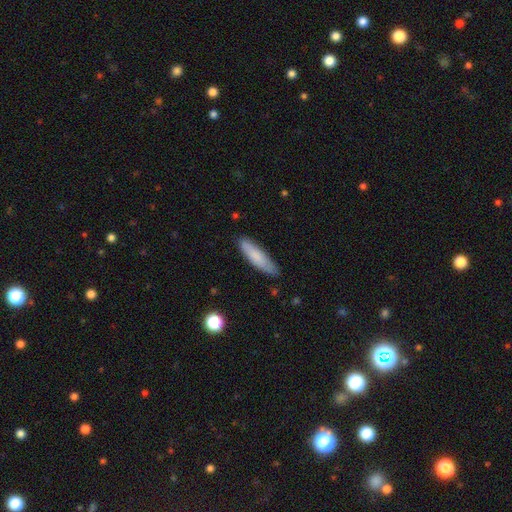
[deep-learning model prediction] A smooth galaxy with no disk features (79%) that is cigar-shaped (70%).

Vote fractions:
- Smooth or featured? smooth: 79% / featured or disk: 15% / star or artifact: 6%
- How rounded? cigar-shaped: 70% / in between: 29% / round: 1%
- Merging? none: 82% / minor disturbance: 15% / major disturbance: 2% / merger: 1%